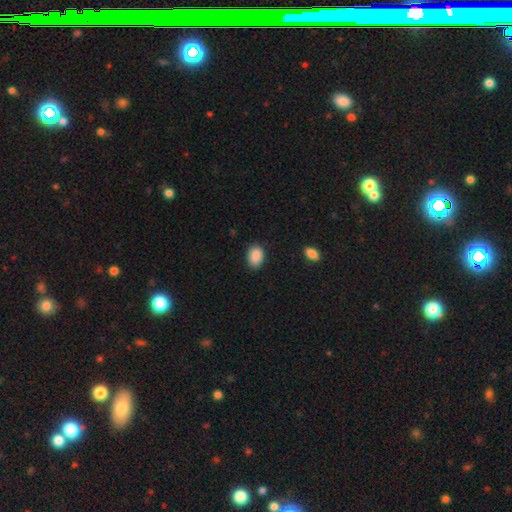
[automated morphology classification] Smooth or featured: smooth — 90% (star or artifact — 7%)
How rounded: in between — 81% (round — 18%)
Merging: none — 85% (minor disturbance — 12%)